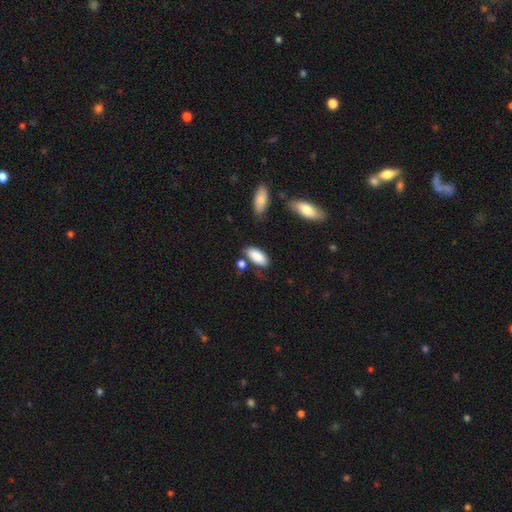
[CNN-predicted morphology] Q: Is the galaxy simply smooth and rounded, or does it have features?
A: smooth — 88%.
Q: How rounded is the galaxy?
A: in between — 91%.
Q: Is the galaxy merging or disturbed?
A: none — 68%.